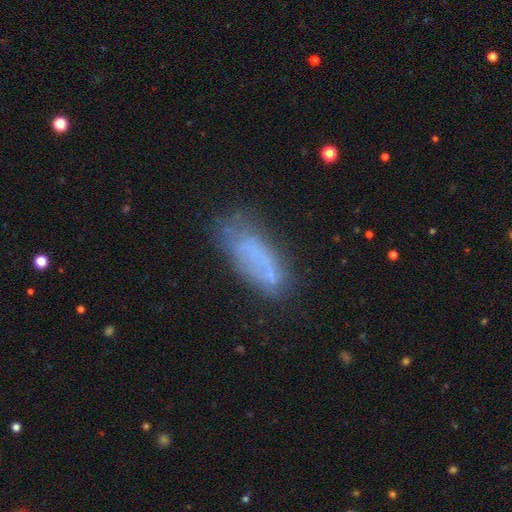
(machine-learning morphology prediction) Smooth or featured? Predicted: smooth (p=0.53). How rounded? Predicted: in between (p=0.72). Merging? Predicted: none (p=0.45).